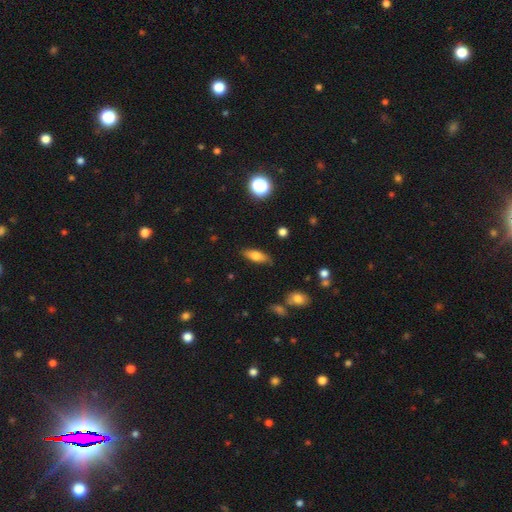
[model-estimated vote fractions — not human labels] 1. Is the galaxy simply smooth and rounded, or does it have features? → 69% smooth, 22% featured or disk, 9% star or artifact.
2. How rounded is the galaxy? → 66% in between, 30% cigar-shaped, 4% round.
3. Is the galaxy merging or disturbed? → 83% none, 13% minor disturbance, 3% major disturbance, 2% merger.